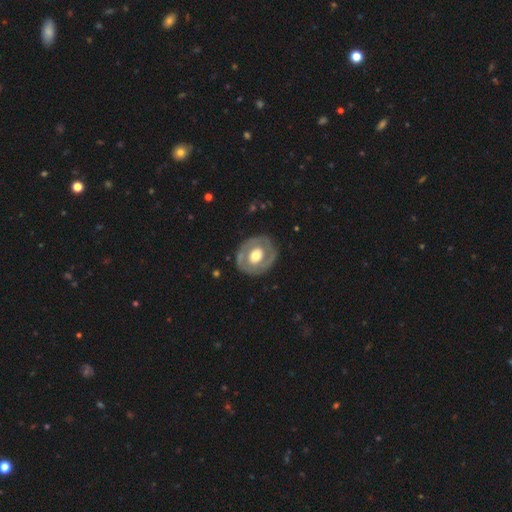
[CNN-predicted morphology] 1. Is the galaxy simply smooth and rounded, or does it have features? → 61% featured or disk, 35% smooth, 5% star or artifact.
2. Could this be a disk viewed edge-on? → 95% no, 5% yes.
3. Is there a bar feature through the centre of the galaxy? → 76% no, 17% weak, 7% strong.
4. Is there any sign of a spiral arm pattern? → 77% no, 23% yes.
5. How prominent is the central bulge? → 56% moderate, 35% large, 6% small, 2% dominant, 1% none.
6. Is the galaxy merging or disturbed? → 79% none, 14% minor disturbance, 6% major disturbance, 1% merger.